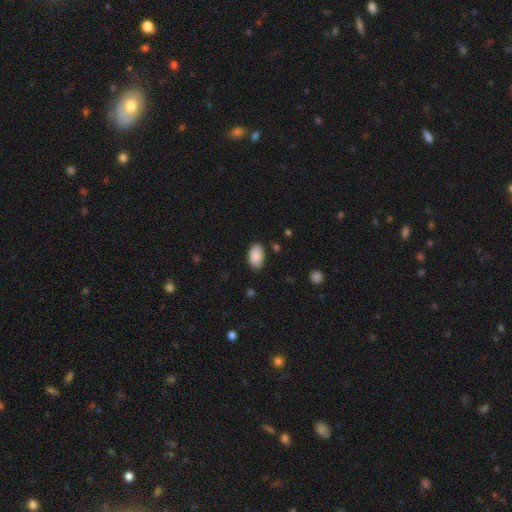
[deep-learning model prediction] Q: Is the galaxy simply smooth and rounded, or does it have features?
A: smooth — 89%.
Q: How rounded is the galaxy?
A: in between — 93%.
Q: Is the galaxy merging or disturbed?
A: none — 83%.